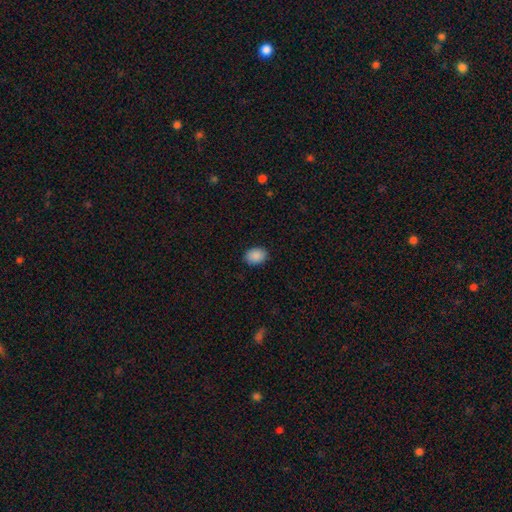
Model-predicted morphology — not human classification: Smooth or featured: smooth — 90% (star or artifact — 7%)
How rounded: in between — 74% (round — 25%)
Merging: none — 89% (minor disturbance — 8%)